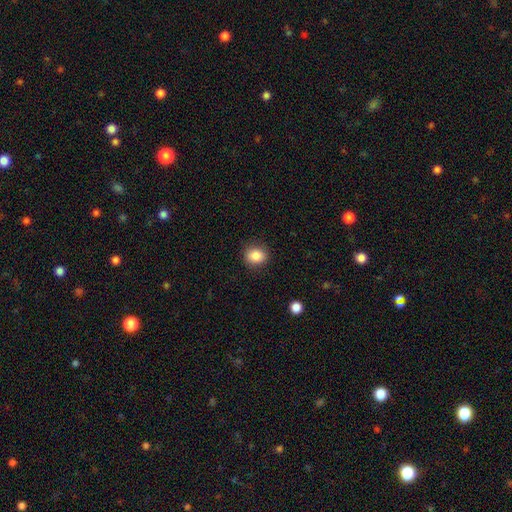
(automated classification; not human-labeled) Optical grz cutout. It shows a smooth galaxy with no disk features (86%) that is round (67%). Merging: none (88%).